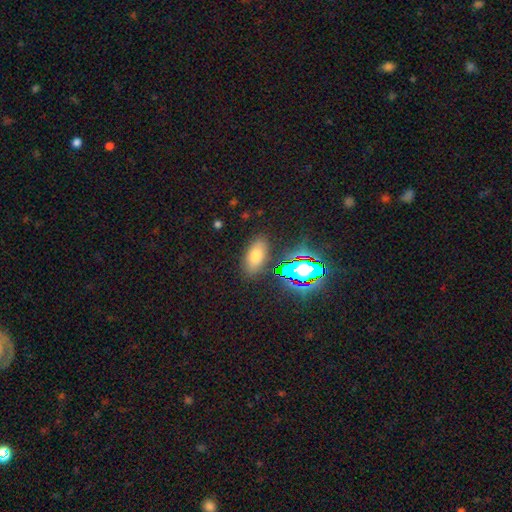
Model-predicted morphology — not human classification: A smooth galaxy with no disk features (66%) that is in between round and cigar-shaped (88%). Merging: none (84%).